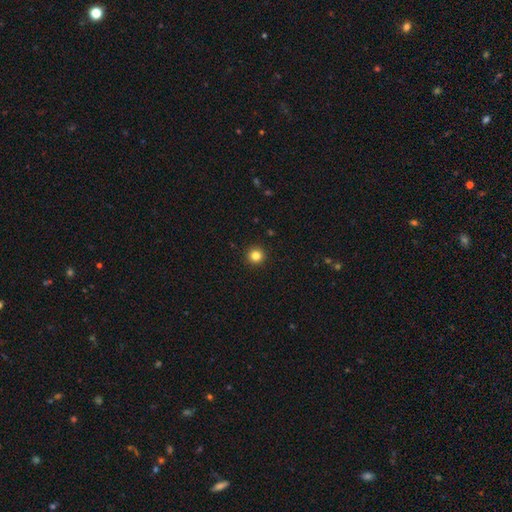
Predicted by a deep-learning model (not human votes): Smooth or featured? Predicted: smooth (p=0.83). How rounded? Predicted: round (p=0.96). Merging? Predicted: none (p=0.93).